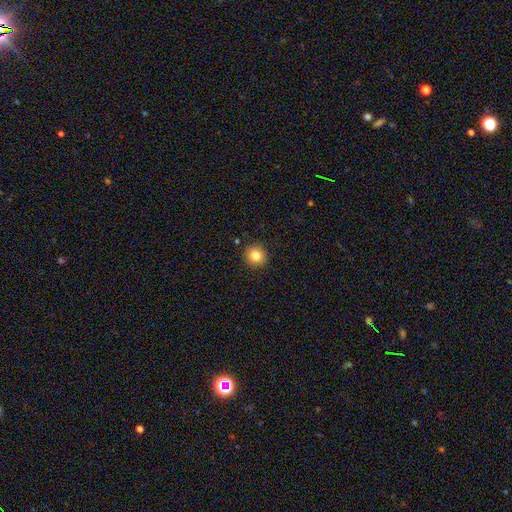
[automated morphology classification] smooth 83%, star or artifact 11%, featured or disk 6%. Down the decision tree: how rounded — round (92%); merging — none (91%).